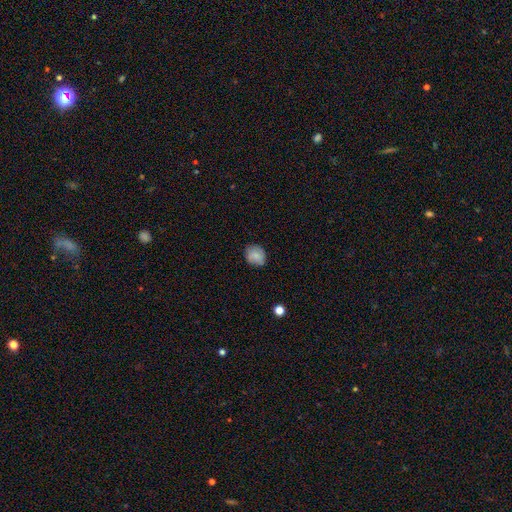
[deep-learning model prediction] This is clearly a smooth galaxy (80%). How rounded: likely round (67%). Merging: likely none (79%).